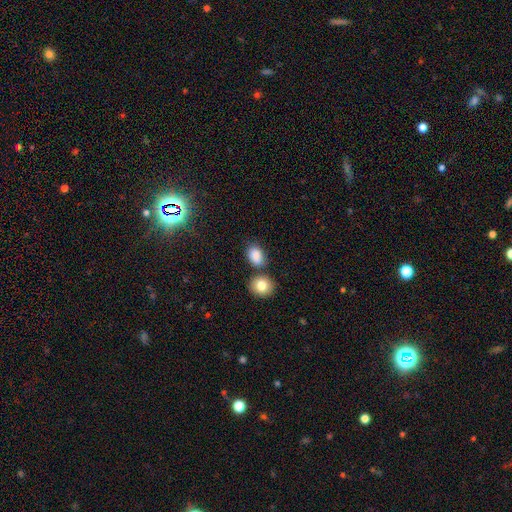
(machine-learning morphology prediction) Smooth or featured? Predicted: smooth (p=0.86). How rounded? Predicted: in between (p=0.73). Merging? Predicted: none (p=0.64).